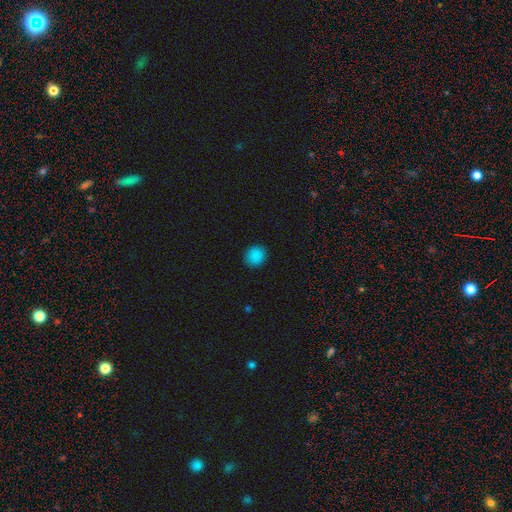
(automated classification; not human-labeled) This appears to be a smooth galaxy with no disk features (86%) that is round (84%). Merging: none (90%).